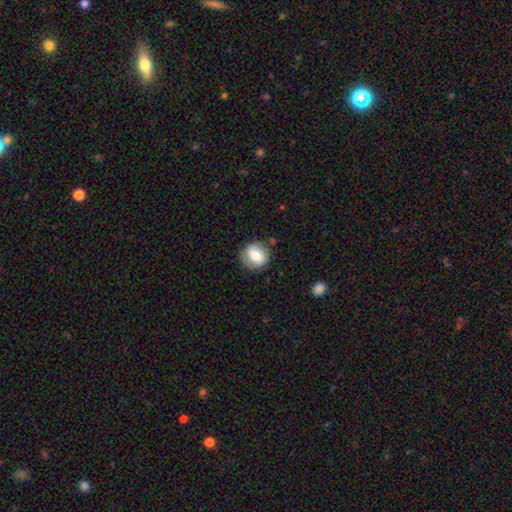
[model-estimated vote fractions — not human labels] This appears to be a smooth galaxy with no disk features (70%) that is round (74%). Merging: none (76%).